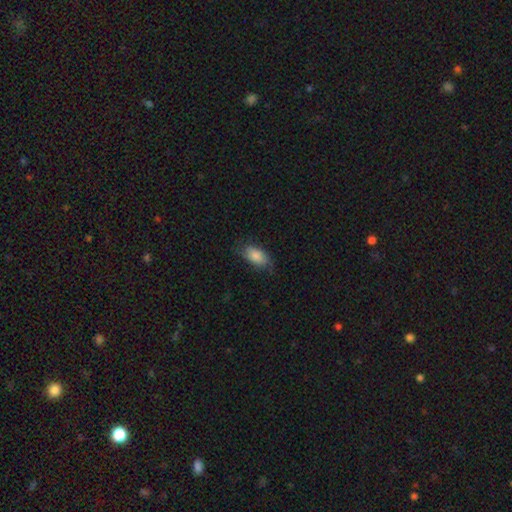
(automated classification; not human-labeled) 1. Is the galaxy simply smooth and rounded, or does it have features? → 80% smooth, 13% featured or disk, 7% star or artifact.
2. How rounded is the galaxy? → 91% in between, 5% round, 4% cigar-shaped.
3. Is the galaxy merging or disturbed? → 67% none, 25% minor disturbance, 7% major disturbance, 1% merger.